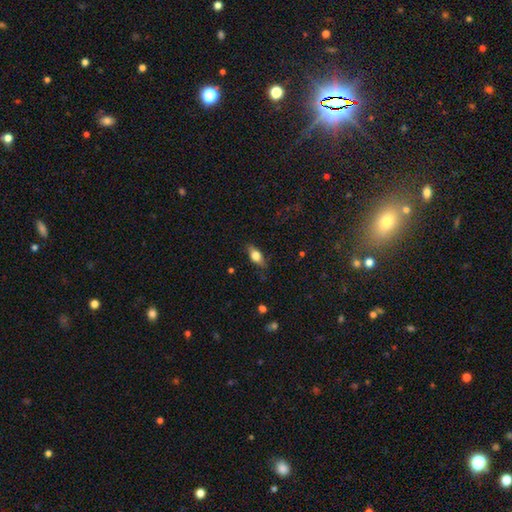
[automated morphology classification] Smooth or featured: smooth — 70% (featured or disk — 22%)
How rounded: in between — 78% (cigar-shaped — 15%)
Merging: none — 79% (minor disturbance — 16%)